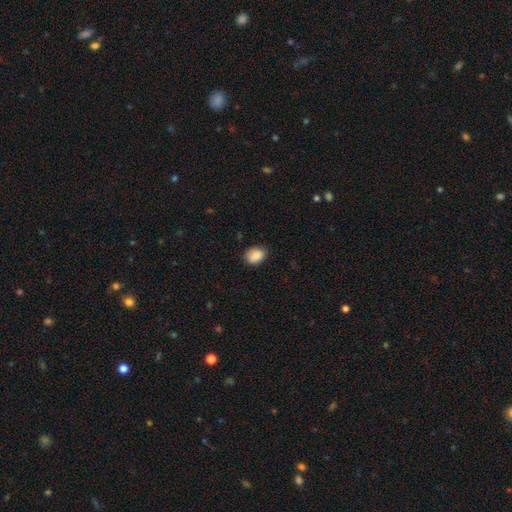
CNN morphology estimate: This appears to be a smooth galaxy with no disk features (88%) that is in between round and cigar-shaped (70%). Merging: none (80%).